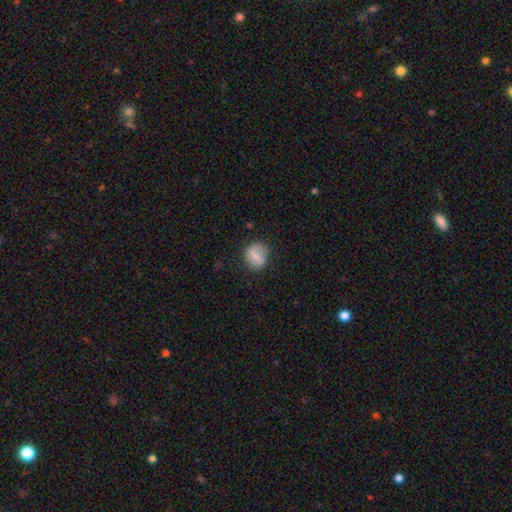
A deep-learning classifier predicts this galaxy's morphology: Smooth or featured? Predicted: smooth (p=0.66). How rounded? Predicted: round (p=0.68). Merging? Predicted: none (p=0.73).